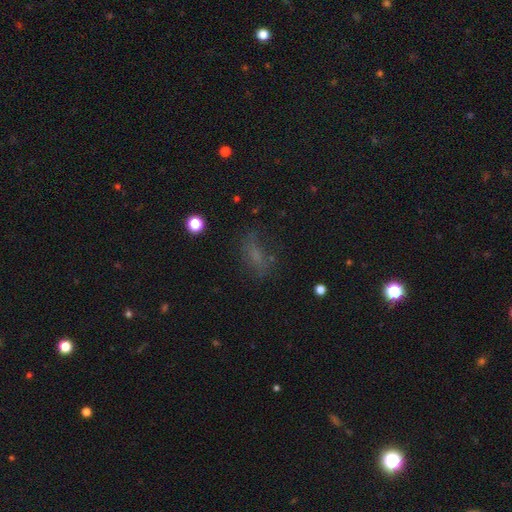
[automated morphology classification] This is possibly a smooth galaxy (55%). How rounded: likely in between (72%). Merging: possibly none (56%).